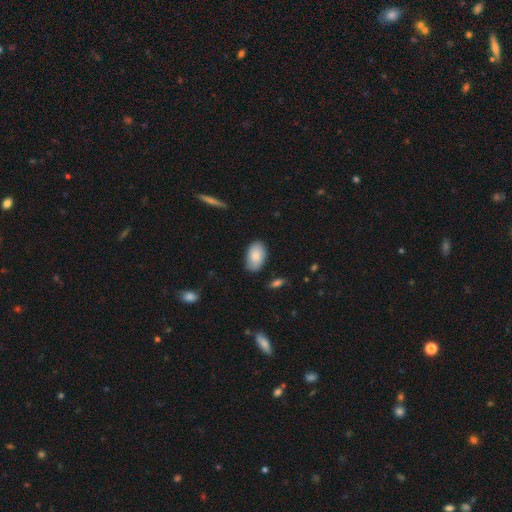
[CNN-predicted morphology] Smooth or featured?
  - smooth: 84% *
  - featured or disk: 10%
  - star or artifact: 6%
How rounded?
  - in between: 93% *
  - round: 6%
  - cigar-shaped: 1%
Merging?
  - none: 81% *
  - minor disturbance: 15%
  - major disturbance: 3%
  - merger: 2%